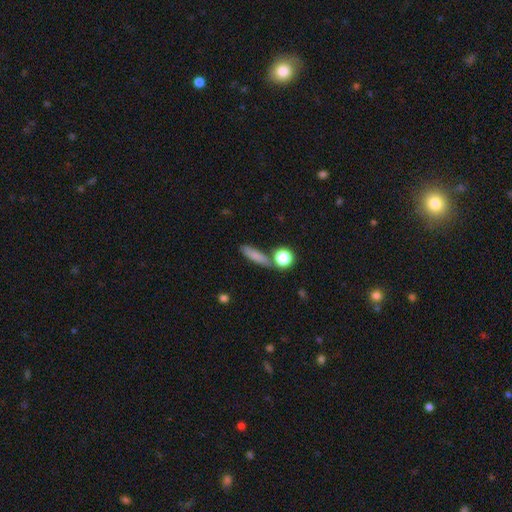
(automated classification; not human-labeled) Smooth or featured? smooth (77%)
How rounded? cigar-shaped (61%)
Merging? none (72%)